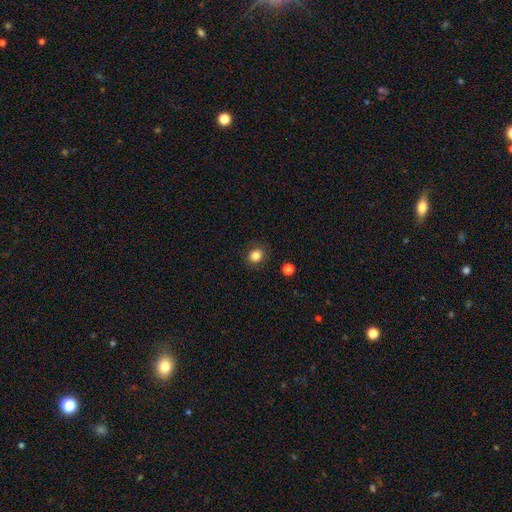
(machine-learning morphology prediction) Smooth or featured?
  - smooth: 84% *
  - star or artifact: 11%
  - featured or disk: 5%
How rounded?
  - round: 80% *
  - in between: 19%
  - cigar-shaped: 1%
Merging?
  - none: 88% *
  - minor disturbance: 8%
  - major disturbance: 3%
  - merger: 1%